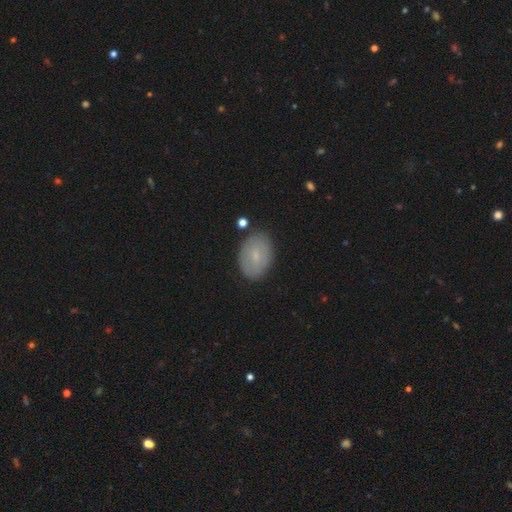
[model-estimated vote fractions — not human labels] Smooth or featured? Predicted: smooth (p=0.69). How rounded? Predicted: in between (p=0.82). Merging? Predicted: none (p=0.84).